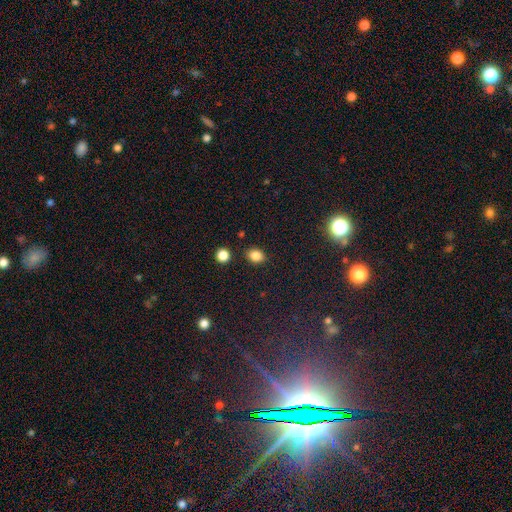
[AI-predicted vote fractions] Smooth or featured: smooth — 85% (star or artifact — 11%)
How rounded: in between — 58% (round — 40%)
Merging: none — 84% (minor disturbance — 9%)